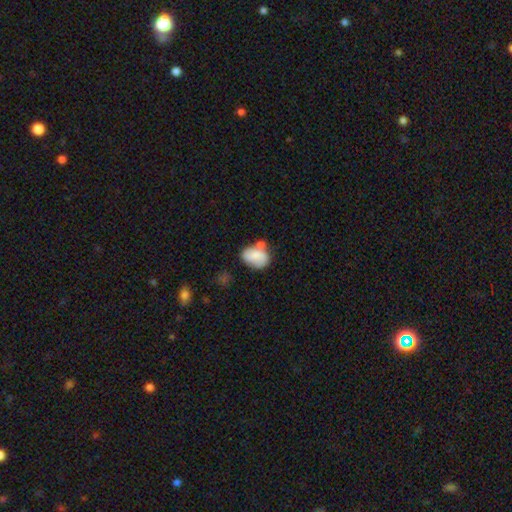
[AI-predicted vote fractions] This is likely a smooth galaxy (71%). How rounded: likely in between (75%). Merging: marginally none (40%).